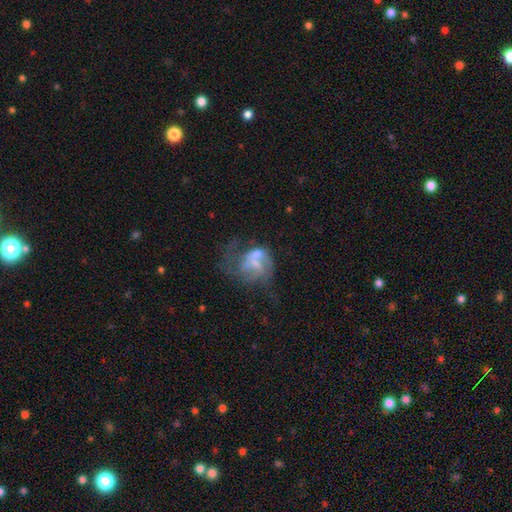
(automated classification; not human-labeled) A featured or disk galaxy (66%) with no bar (61%), spiral arms (67%) and a small central bulge (40%). Merging: major disturbance (32%).